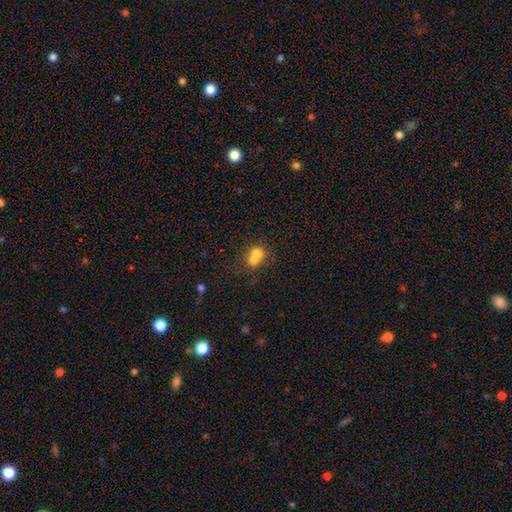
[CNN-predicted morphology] Smooth or featured? smooth (69%)
How rounded? round (72%)
Merging? merger (70%)